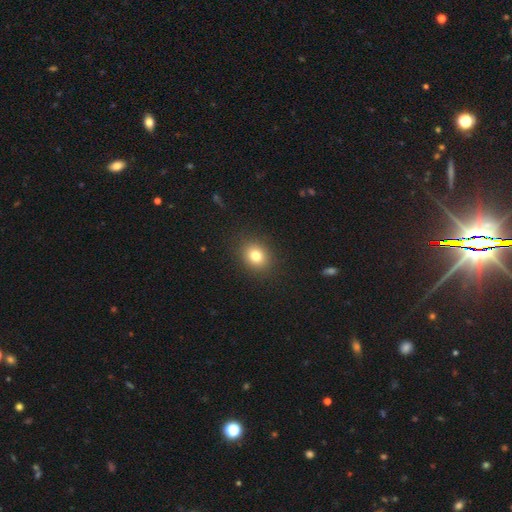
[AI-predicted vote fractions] A smooth galaxy with no disk features (80%) that is round (64%).

Vote fractions:
- Smooth or featured? smooth: 80% / star or artifact: 12% / featured or disk: 8%
- How rounded? round: 64% / in between: 35% / cigar-shaped: 1%
- Merging? none: 89% / minor disturbance: 7% / major disturbance: 3% / merger: 1%